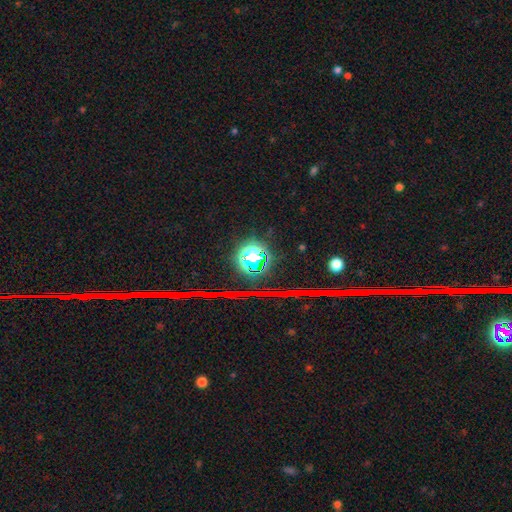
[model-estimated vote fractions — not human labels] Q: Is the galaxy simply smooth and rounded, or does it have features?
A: star or artifact — 67%.